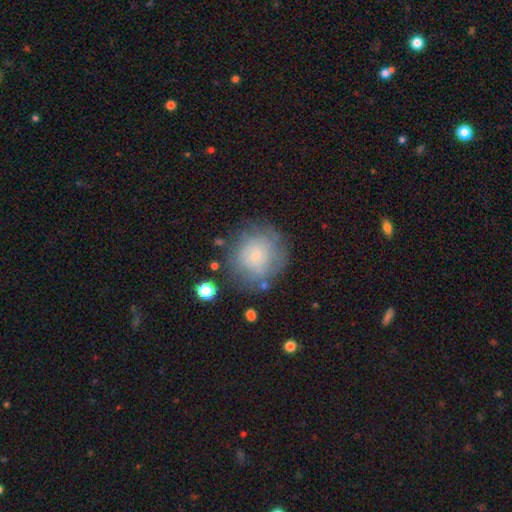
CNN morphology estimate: Smooth or featured? smooth (53%)
How rounded? round (86%)
Merging? none (68%)